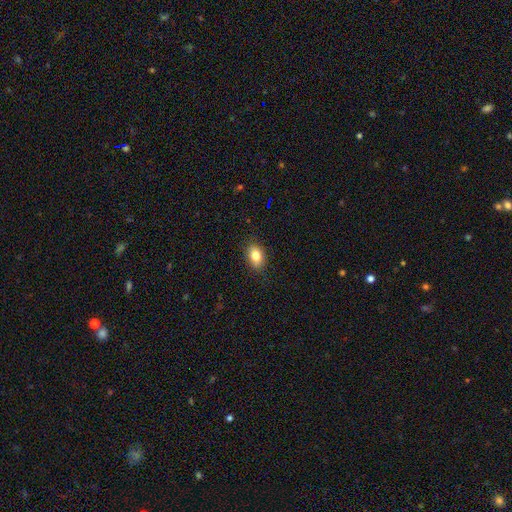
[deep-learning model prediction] Smooth or featured? smooth (83%)
How rounded? in between (78%)
Merging? none (86%)